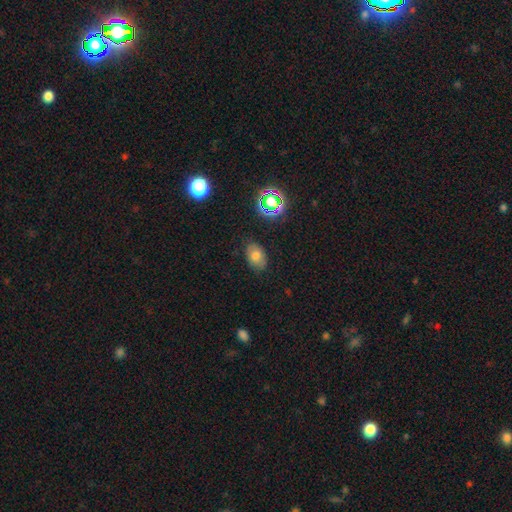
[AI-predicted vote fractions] Smooth or featured? Predicted: smooth (p=0.70). How rounded? Predicted: in between (p=0.82). Merging? Predicted: none (p=0.81).